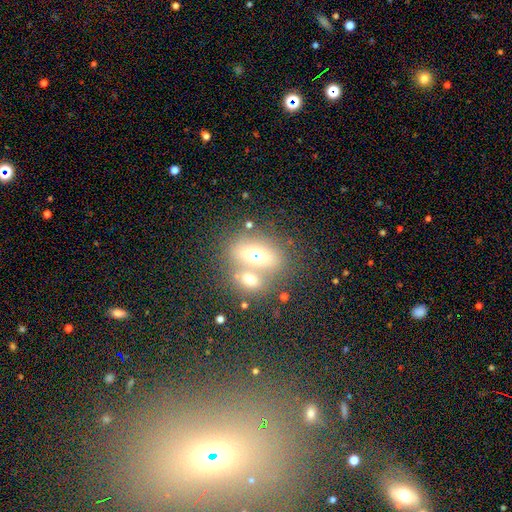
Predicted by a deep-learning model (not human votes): smooth-or-featured: smooth: 58% | featured or disk: 28% | star or artifact: 15%
  how-rounded: in between: 71% | round: 24% | cigar-shaped: 4%
  merging: merger: 51% | none: 35% | minor disturbance: 8% | major disturbance: 6%